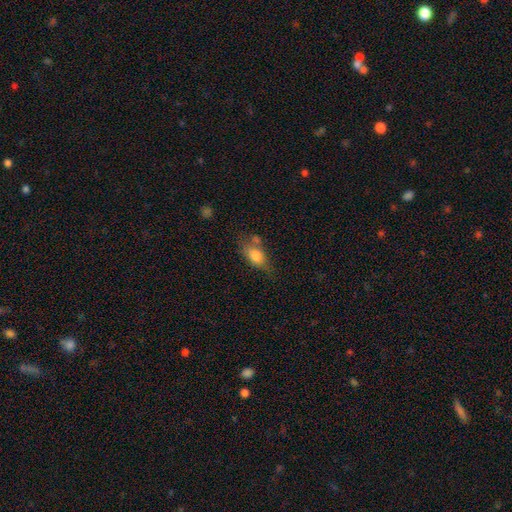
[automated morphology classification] A smooth galaxy with no disk features (76%) that is in between round and cigar-shaped (82%). Merging: none (51%).